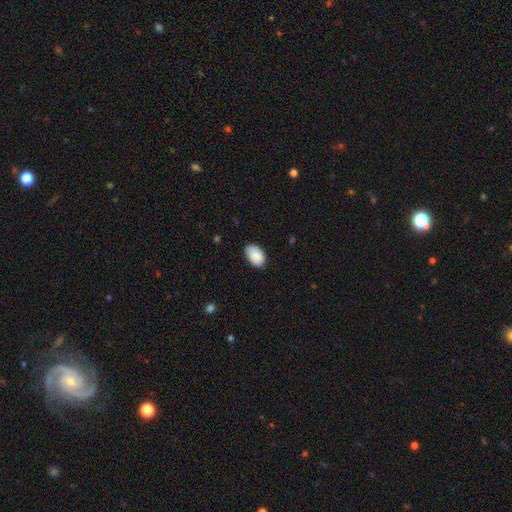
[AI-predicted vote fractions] Overall: smooth (89%). How rounded: in between (92%). Merging: none (77%).